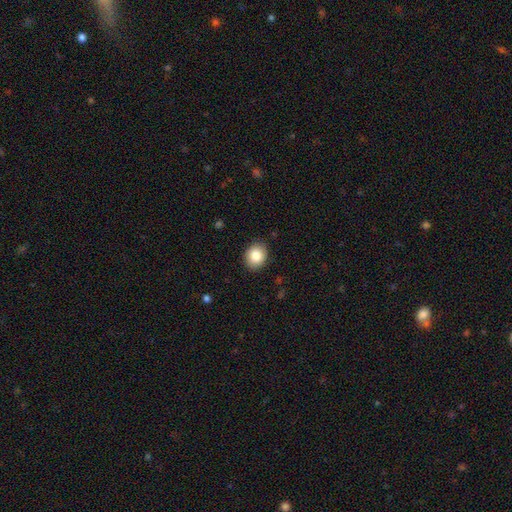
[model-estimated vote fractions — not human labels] smooth-or-featured: smooth: 85% | star or artifact: 8% | featured or disk: 7%
  how-rounded: round: 64% | in between: 35% | cigar-shaped: 1%
  merging: none: 89% | minor disturbance: 8% | major disturbance: 2% | merger: 1%